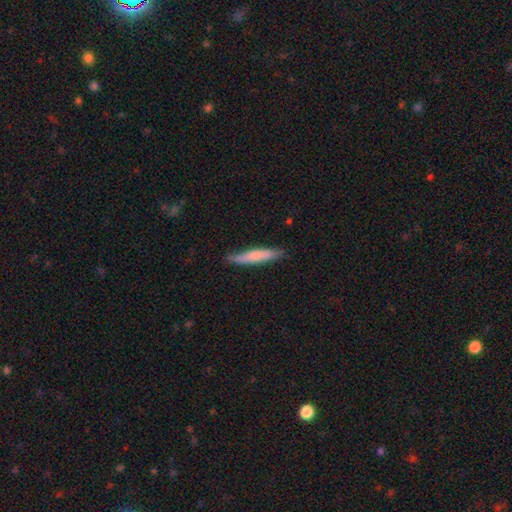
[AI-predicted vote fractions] This is likely a smooth galaxy (69%). How rounded: clearly cigar-shaped (91%). Merging: clearly none (81%).